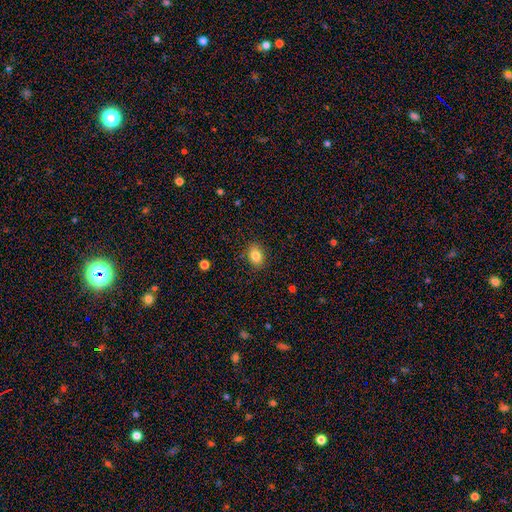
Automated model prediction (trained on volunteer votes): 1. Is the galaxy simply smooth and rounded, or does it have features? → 83% smooth, 10% star or artifact, 7% featured or disk.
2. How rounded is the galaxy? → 65% in between, 34% round, 1% cigar-shaped.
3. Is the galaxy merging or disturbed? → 87% none, 10% minor disturbance, 2% major disturbance, 1% merger.